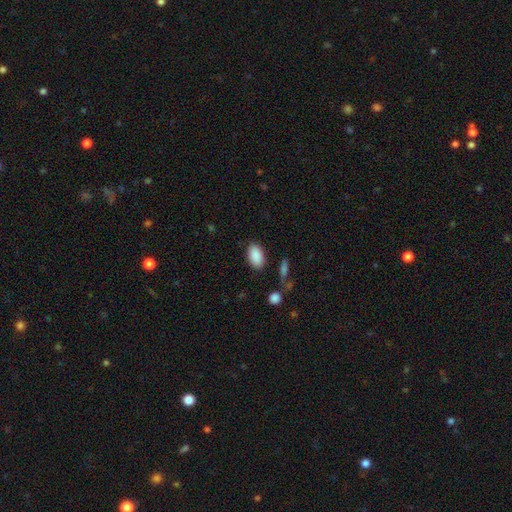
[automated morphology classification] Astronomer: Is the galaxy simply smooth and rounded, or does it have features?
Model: smooth — 90%.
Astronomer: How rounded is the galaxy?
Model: in between — 93%.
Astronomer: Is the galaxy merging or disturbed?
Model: none — 85%.